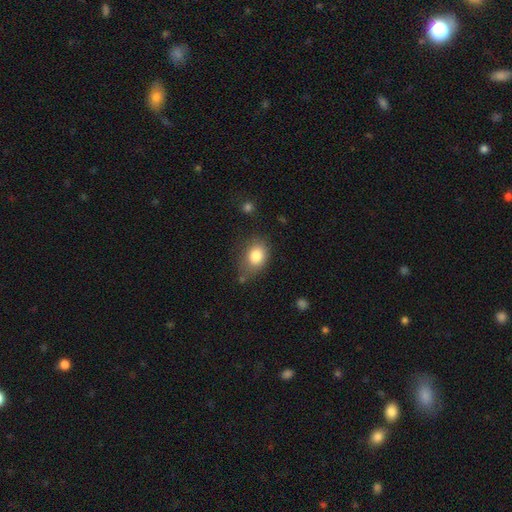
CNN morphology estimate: type=smooth (82%); roundness=in between (67%); merging=none (62%).